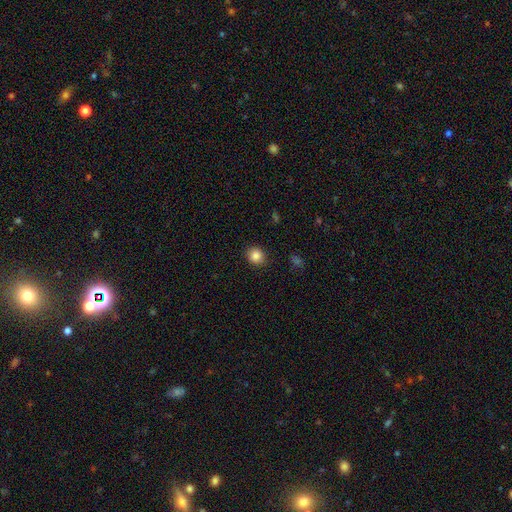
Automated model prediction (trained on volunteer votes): smooth 85%, star or artifact 10%, featured or disk 5%. Down the decision tree: how rounded — round (83%); merging — none (90%).